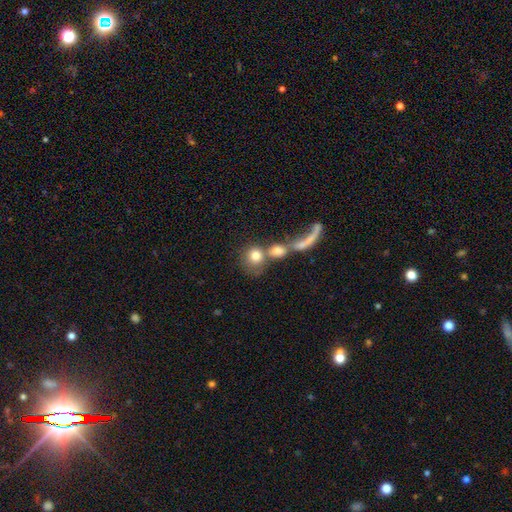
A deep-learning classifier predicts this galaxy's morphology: A smooth galaxy with no disk features (73%) that is round (75%).

Vote fractions:
- Smooth or featured? smooth: 73% / featured or disk: 17% / star or artifact: 10%
- How rounded? round: 75% / in between: 21% / cigar-shaped: 4%
- Merging? merger: 53% / none: 28% / major disturbance: 11% / minor disturbance: 8%